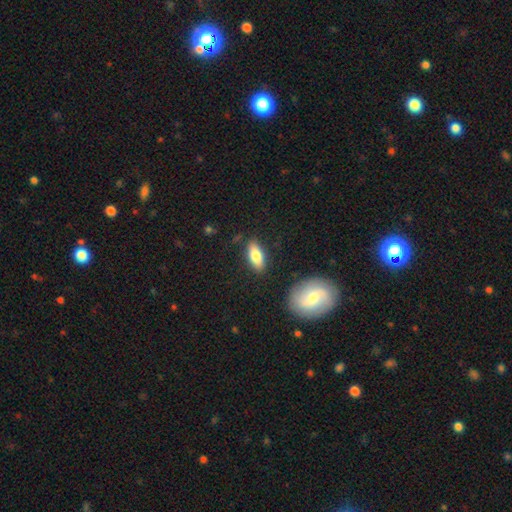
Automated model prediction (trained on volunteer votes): Smooth or featured? smooth (75%)
How rounded? in between (79%)
Merging? none (84%)